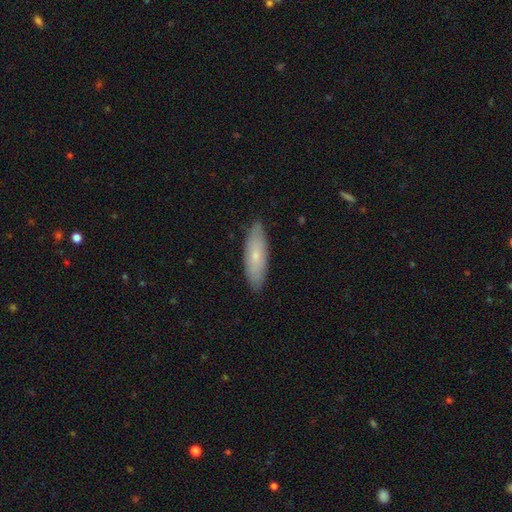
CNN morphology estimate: Smooth or featured? Predicted: smooth (p=0.63). How rounded? Predicted: cigar-shaped (p=0.50). Merging? Predicted: none (p=0.86).